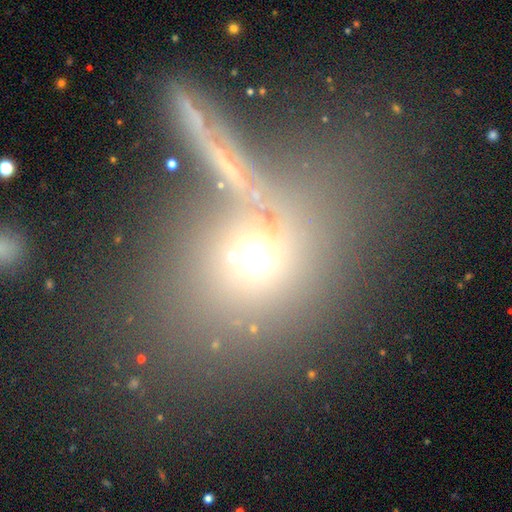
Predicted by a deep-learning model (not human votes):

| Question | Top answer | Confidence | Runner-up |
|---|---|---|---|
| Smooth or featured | smooth | 55% | featured or disk (23%) |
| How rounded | round | 68% | in between (29%) |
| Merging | none | 59% | merger (20%) |